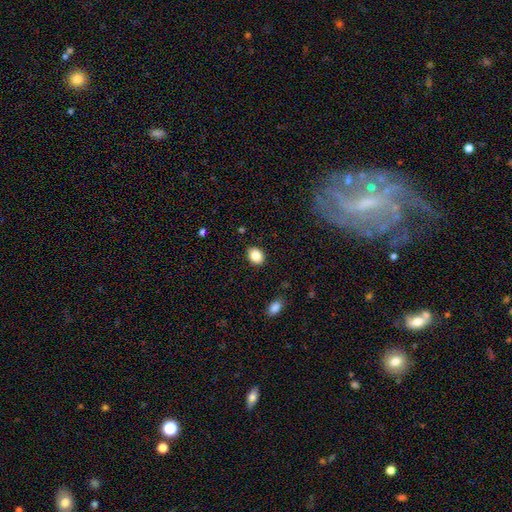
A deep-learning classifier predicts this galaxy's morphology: Overall: smooth (86%). How rounded: in between (56%; round 43%). Merging: none (89%).